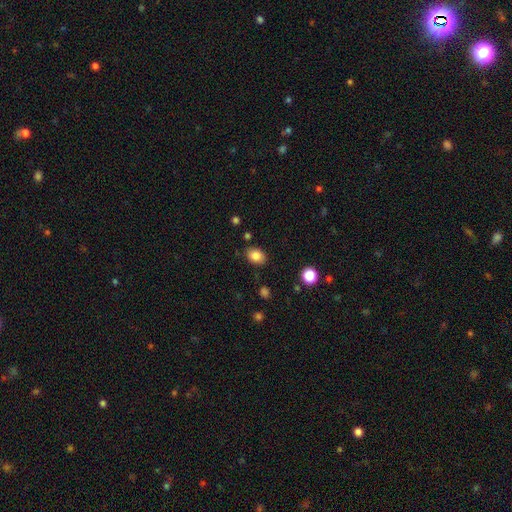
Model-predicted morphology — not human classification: The model was most divided on "how rounded": in between: 72%, round: 27%, cigar-shaped: 1%. More confident: merging — none (84%); smooth or featured — smooth (84%).